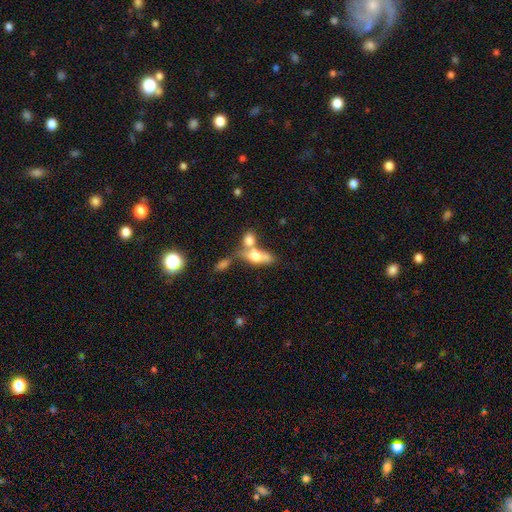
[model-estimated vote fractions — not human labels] A smooth galaxy with no disk features (62%) that is in between round and cigar-shaped (68%).

Vote fractions:
- Smooth or featured? smooth: 62% / featured or disk: 29% / star or artifact: 9%
- How rounded? in between: 68% / cigar-shaped: 20% / round: 12%
- Merging? merger: 56% / none: 26% / minor disturbance: 10% / major disturbance: 8%